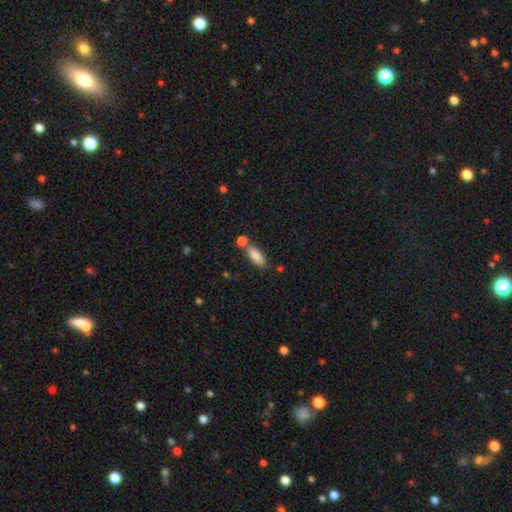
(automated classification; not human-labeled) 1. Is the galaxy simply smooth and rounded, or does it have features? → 85% smooth, 8% featured or disk, 7% star or artifact.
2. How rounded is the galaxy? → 67% in between, 30% cigar-shaped, 2% round.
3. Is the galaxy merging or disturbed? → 63% none, 20% merger, 13% minor disturbance, 4% major disturbance.